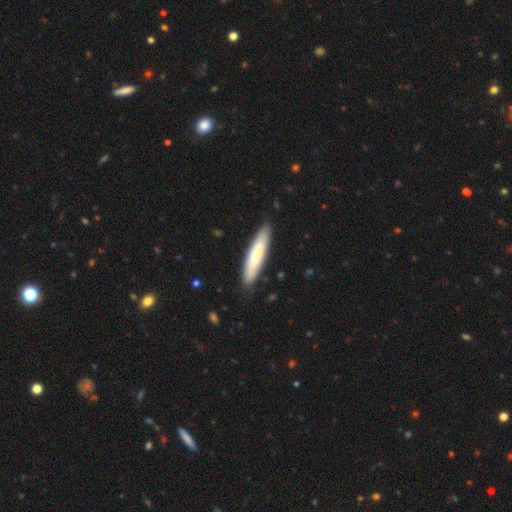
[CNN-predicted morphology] Smooth or featured? smooth (74%)
How rounded? cigar-shaped (84%)
Merging? none (87%)